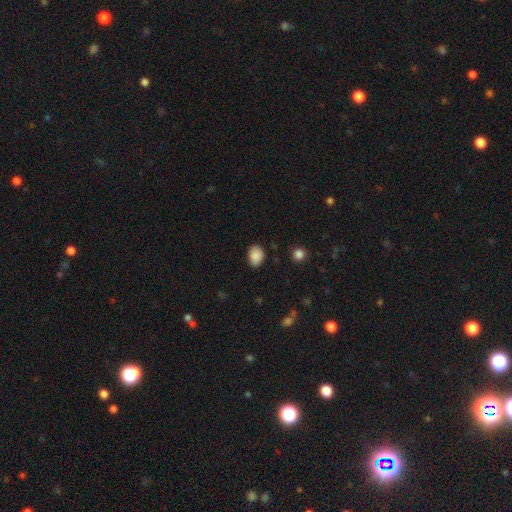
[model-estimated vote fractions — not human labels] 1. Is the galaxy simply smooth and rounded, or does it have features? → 87% smooth, 8% star or artifact, 4% featured or disk.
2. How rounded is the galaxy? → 72% in between, 27% round, 1% cigar-shaped.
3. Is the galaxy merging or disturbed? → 76% none, 19% minor disturbance, 3% major disturbance, 2% merger.